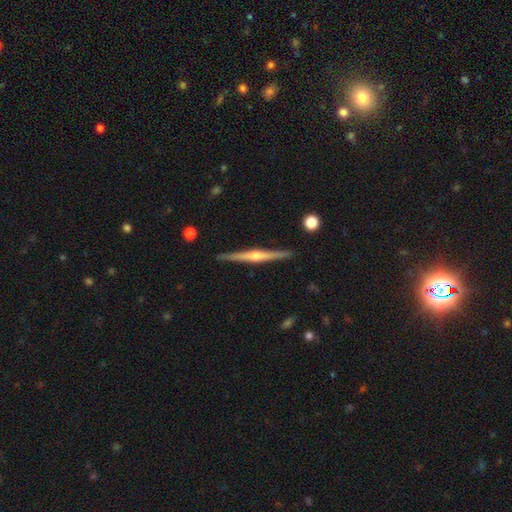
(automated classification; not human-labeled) Q: Smooth or featured?
A: featured or disk (82%); runner-up: smooth (13%)
Q: Edge-on disk?
A: yes (99%); runner-up: no (1%)
Q: Edge-on bulge?
A: rounded (87%); runner-up: none (7%)
Q: Merging?
A: none (92%); runner-up: minor disturbance (6%)